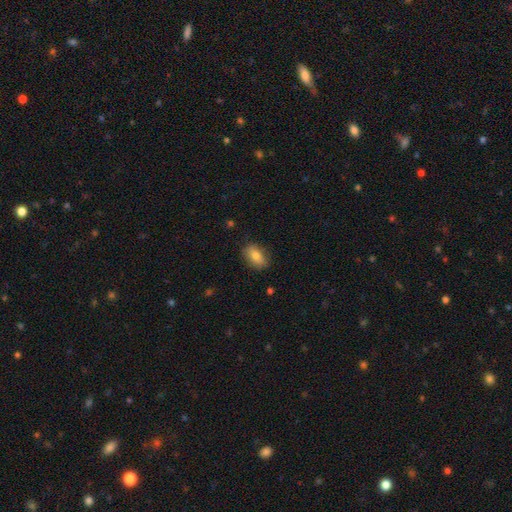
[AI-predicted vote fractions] This appears to be a smooth galaxy with no disk features (79%) that is in between round and cigar-shaped (87%). Merging: none (82%).